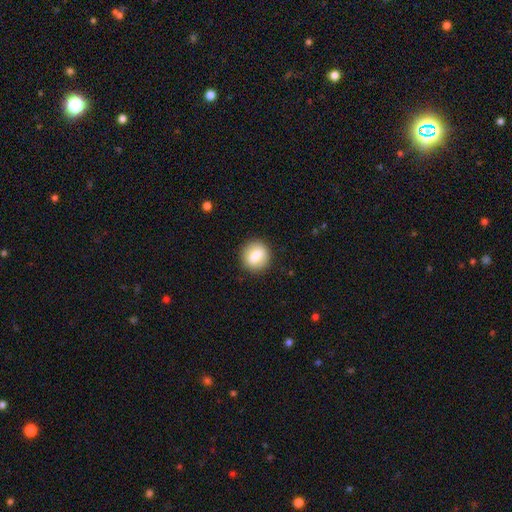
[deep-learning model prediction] A smooth galaxy with no disk features (76%) that is round (78%).

Vote fractions:
- Smooth or featured? smooth: 76% / featured or disk: 17% / star or artifact: 8%
- How rounded? round: 78% / in between: 21% / cigar-shaped: 1%
- Merging? none: 88% / minor disturbance: 8% / major disturbance: 3% / merger: 1%